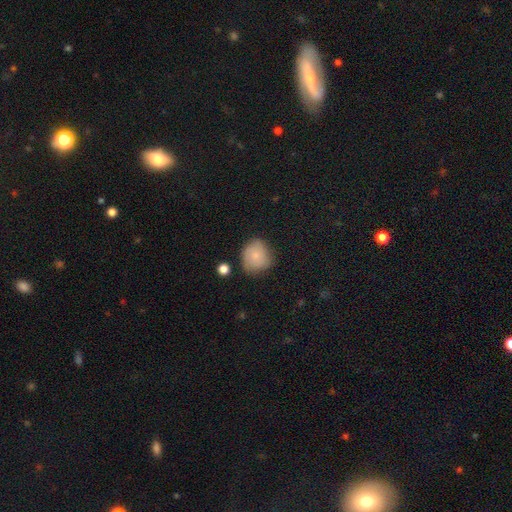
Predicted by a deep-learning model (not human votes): A smooth galaxy with no disk features (75%) that is round (79%). Merging: none (65%).